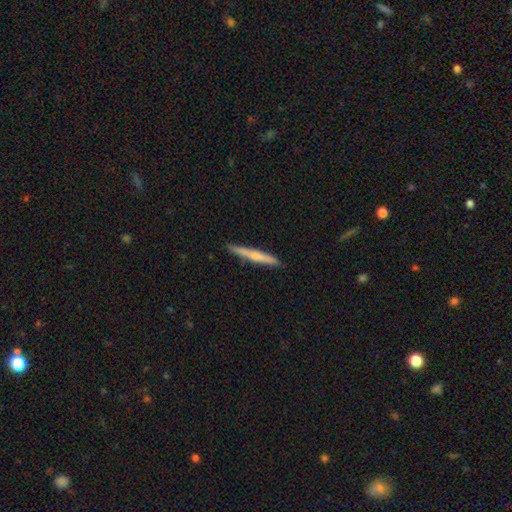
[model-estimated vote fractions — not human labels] Smooth or featured?
  - smooth: 56% *
  - featured or disk: 39%
  - star or artifact: 5%
How rounded?
  - cigar-shaped: 96% *
  - in between: 3%
  - round: 1%
Merging?
  - none: 89% *
  - minor disturbance: 8%
  - major disturbance: 1%
  - merger: 1%